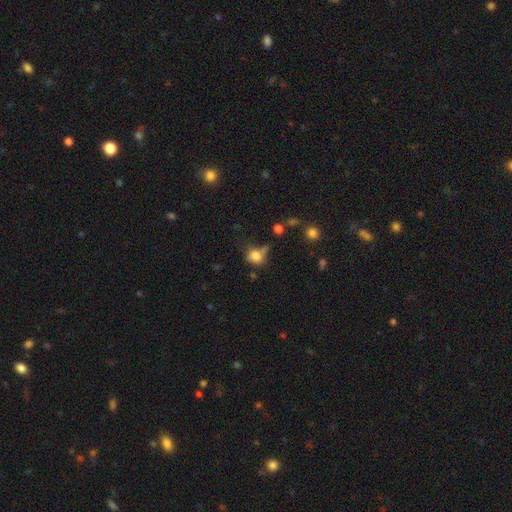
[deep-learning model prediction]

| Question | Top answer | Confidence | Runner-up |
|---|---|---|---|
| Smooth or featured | smooth | 76% | star or artifact (13%) |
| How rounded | round | 61% | in between (38%) |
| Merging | none | 43% | minor disturbance (29%) |